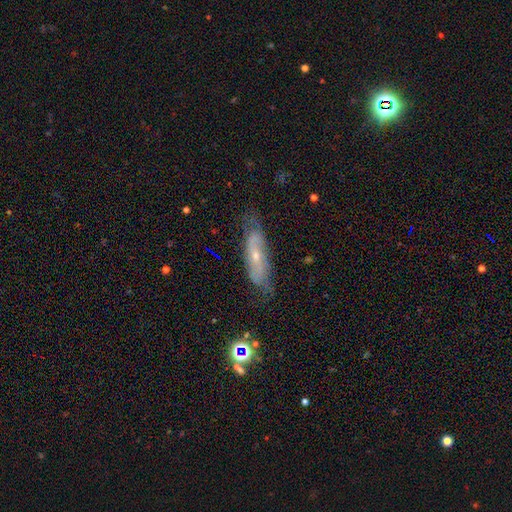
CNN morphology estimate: A featured or disk galaxy (63%).

Vote fractions:
- Smooth or featured? featured or disk: 63% / smooth: 27% / star or artifact: 10%
- Edge-on disk? no: 70% / yes: 30%
- Merging? none: 65% / minor disturbance: 25% / major disturbance: 8% / merger: 2%